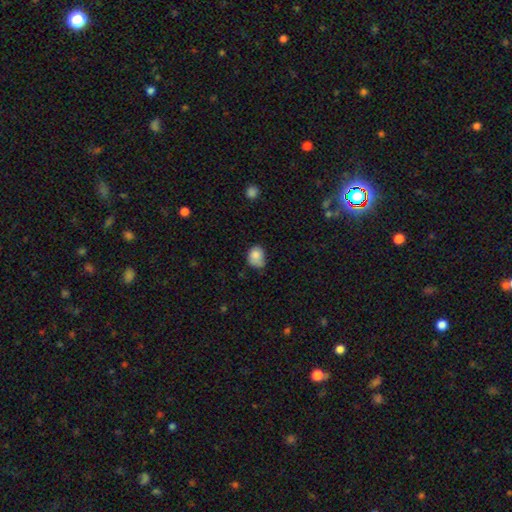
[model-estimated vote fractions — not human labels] smooth-or-featured: smooth: 82% | star or artifact: 9% | featured or disk: 9%
  how-rounded: round: 50% | in between: 49% | cigar-shaped: 1%
  merging: none: 45% | minor disturbance: 41% | major disturbance: 10% | merger: 4%